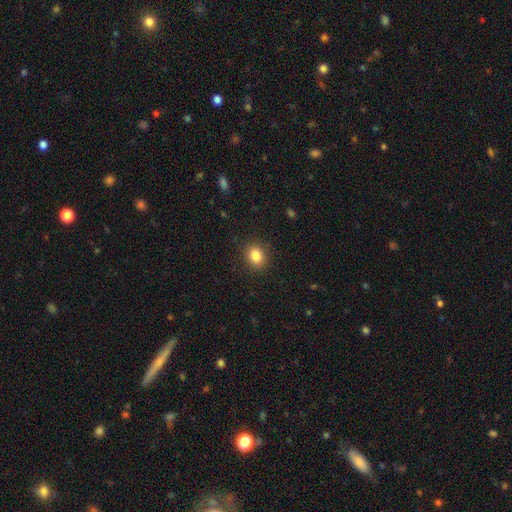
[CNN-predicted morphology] Smooth or featured? Predicted: smooth (p=0.84). How rounded? Predicted: round (p=0.55). Merging? Predicted: none (p=0.89).